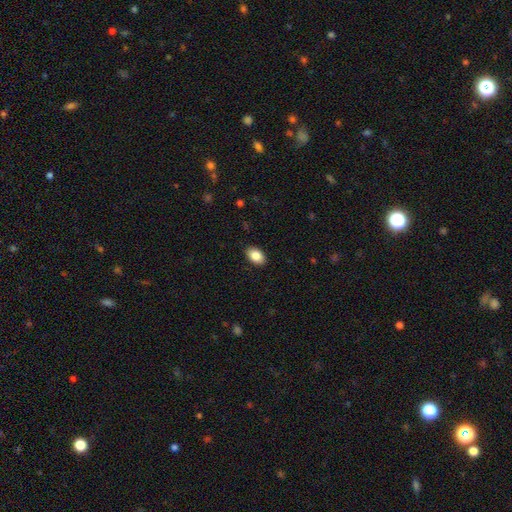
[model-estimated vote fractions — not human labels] Smooth or featured: smooth — 86% (star or artifact — 7%)
How rounded: in between — 89% (round — 10%)
Merging: none — 89% (minor disturbance — 8%)